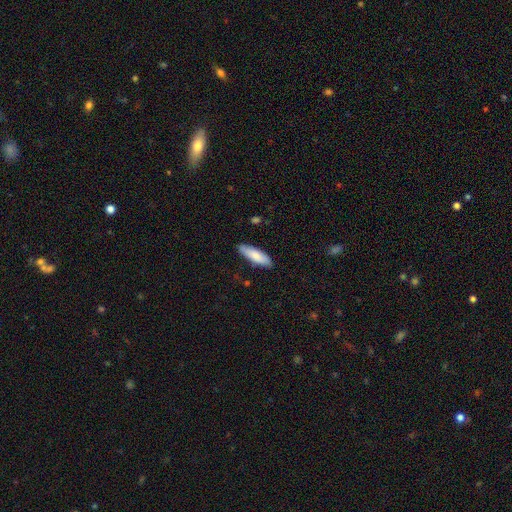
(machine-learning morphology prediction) smooth 80%, featured or disk 14%, star or artifact 6%. Down the decision tree: how rounded — in between (52%); merging — none (84%).